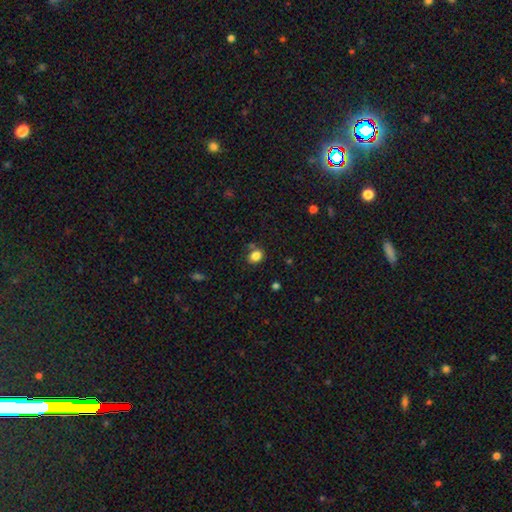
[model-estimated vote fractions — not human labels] A smooth galaxy with no disk features (84%) that is round (52%). Merging: none (75%).